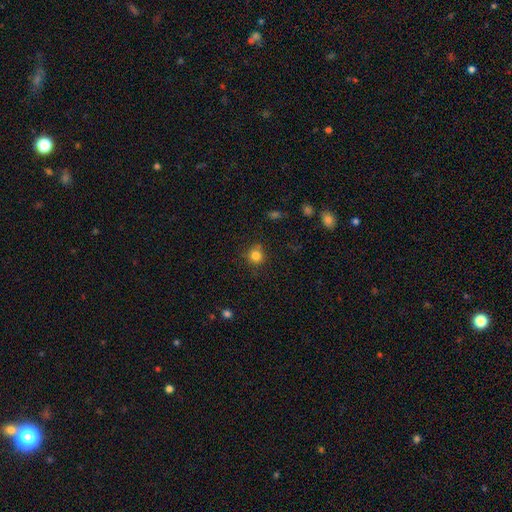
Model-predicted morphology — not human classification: This appears to be a smooth galaxy with no disk features (82%) that is round (91%). Merging: none (84%).